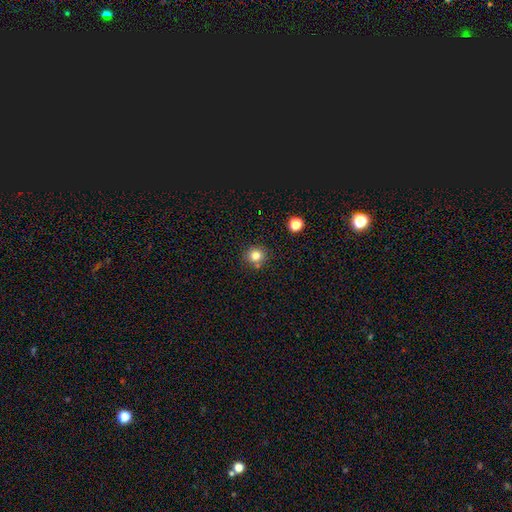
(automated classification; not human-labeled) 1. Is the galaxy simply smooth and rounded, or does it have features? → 80% smooth, 13% star or artifact, 7% featured or disk.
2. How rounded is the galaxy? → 90% round, 9% in between, 1% cigar-shaped.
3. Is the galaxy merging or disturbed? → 79% none, 10% minor disturbance, 9% merger, 2% major disturbance.